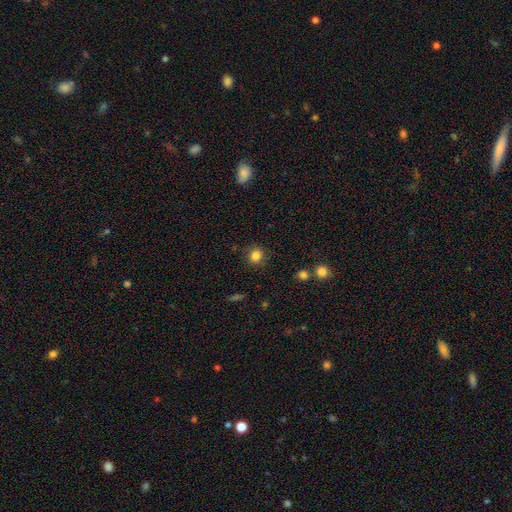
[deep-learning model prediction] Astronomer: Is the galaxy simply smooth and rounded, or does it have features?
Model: smooth — 83%.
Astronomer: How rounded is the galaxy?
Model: round — 84%.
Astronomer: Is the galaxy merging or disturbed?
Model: none — 86%.